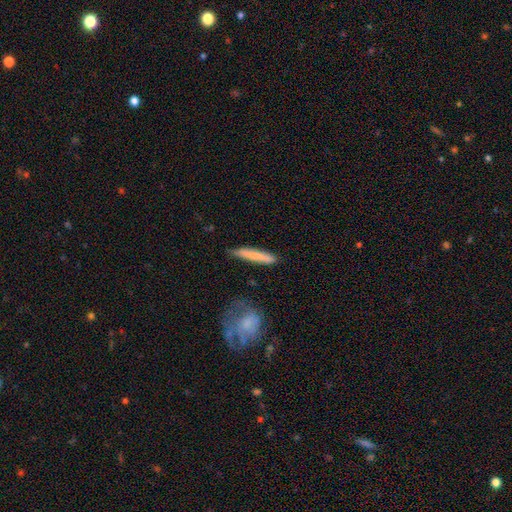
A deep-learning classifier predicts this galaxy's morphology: smooth 72%, featured or disk 22%, star or artifact 6%. Down the decision tree: how rounded — cigar-shaped (94%); merging — none (83%).